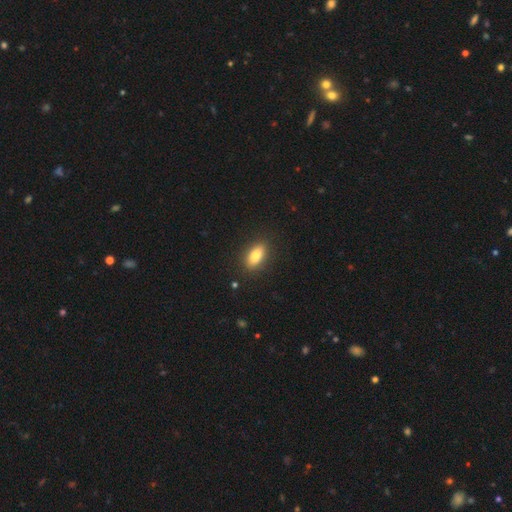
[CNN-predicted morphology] The model was most divided on "smooth or featured": smooth: 82%, featured or disk: 11%, star or artifact: 8%. More confident: merging — none (88%); how rounded — in between (87%).